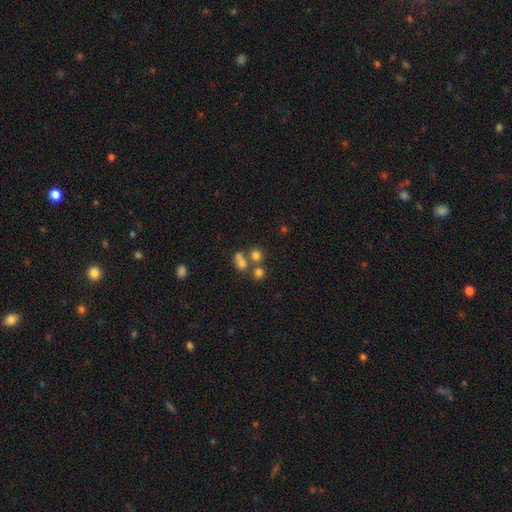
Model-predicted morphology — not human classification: Smooth or featured? smooth (71%)
How rounded? round (80%)
Merging? none (50%)